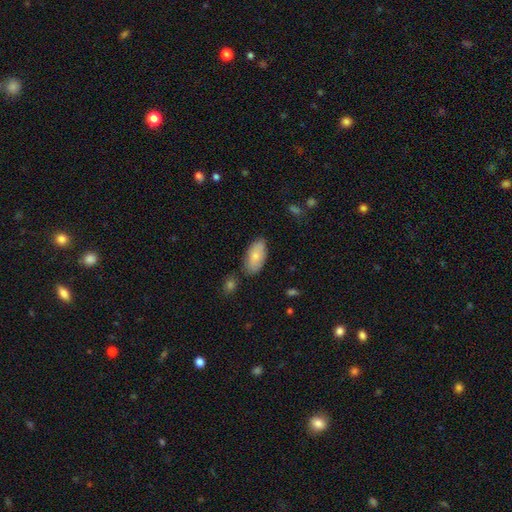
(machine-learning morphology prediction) A smooth galaxy with no disk features (79%) that is in between round and cigar-shaped (93%). Merging: none (75%).